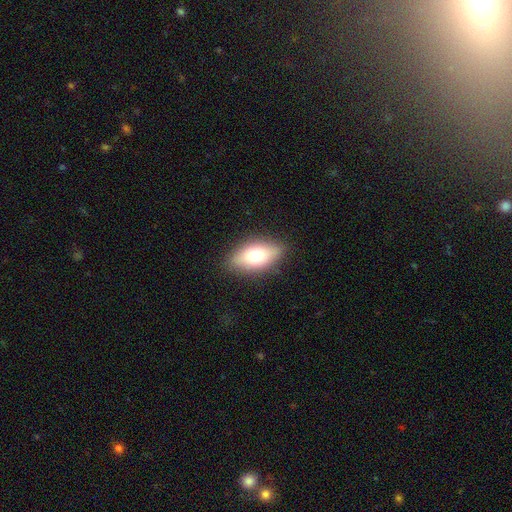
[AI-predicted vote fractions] Morphology: type=smooth (72%); roundness=in between (88%); merging=none (84%).